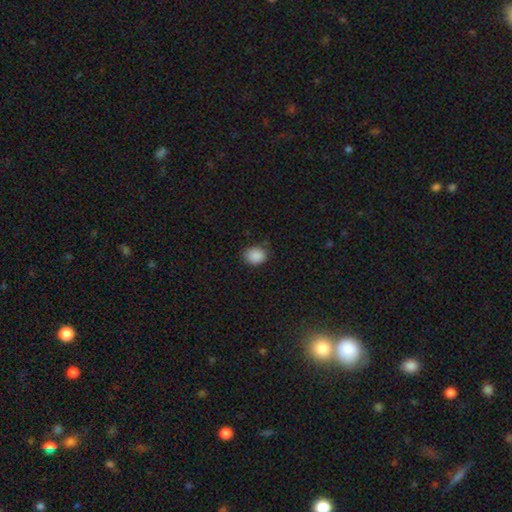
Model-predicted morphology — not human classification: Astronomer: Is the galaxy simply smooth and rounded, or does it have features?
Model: smooth — 88%.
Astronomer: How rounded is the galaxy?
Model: round — 51% (runner-up: in between, 48%).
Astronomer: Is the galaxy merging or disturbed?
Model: none — 80%.